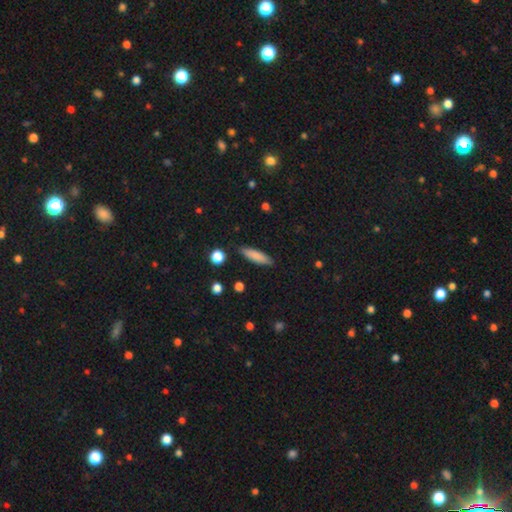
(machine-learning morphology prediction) This appears to be a smooth galaxy with no disk features (83%) that is cigar-shaped (73%). Merging: none (87%).